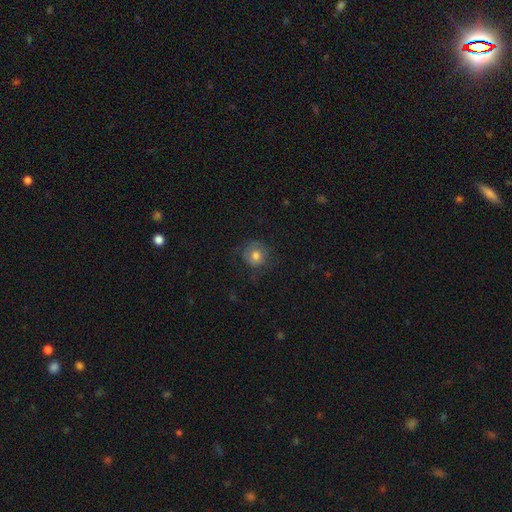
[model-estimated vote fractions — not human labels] A smooth galaxy with no disk features (75%) that is round (89%). Merging: none (70%).